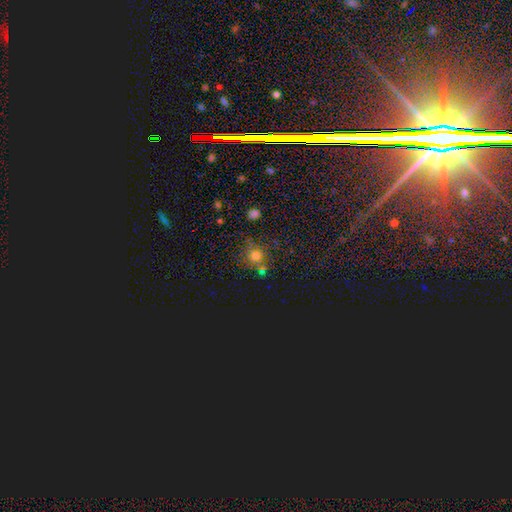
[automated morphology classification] smooth_or_featured: smooth (p=0.63) [alt: star or artifact p=0.27]
how_rounded: round (p=0.86) [alt: in between p=0.13]
merging: none (p=0.69) [alt: minor disturbance p=0.13]